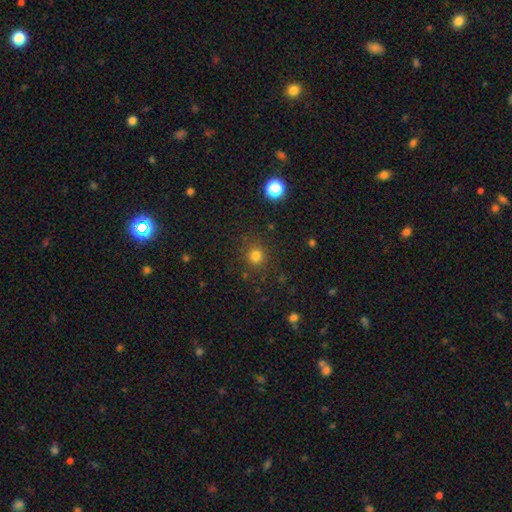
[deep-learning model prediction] This is likely a smooth galaxy (79%). How rounded: clearly round (90%). Merging: clearly none (87%).